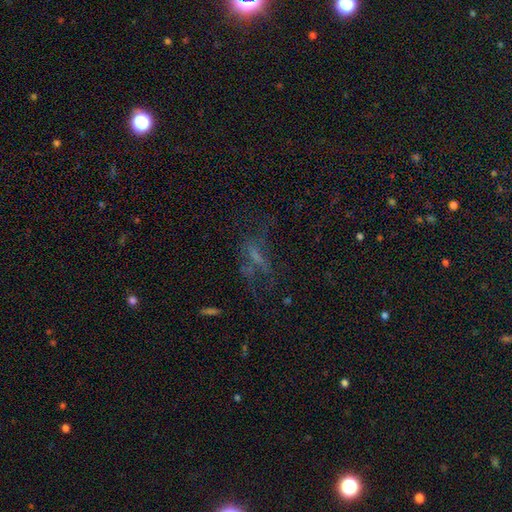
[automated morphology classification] This appears to be a star or artifact, not a galaxy (43%).